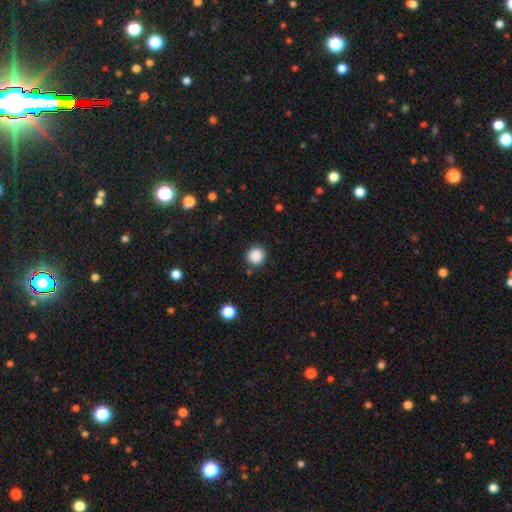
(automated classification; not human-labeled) Smooth or featured? Predicted: smooth (p=0.87). How rounded? Predicted: round (p=0.95). Merging? Predicted: none (p=0.89).